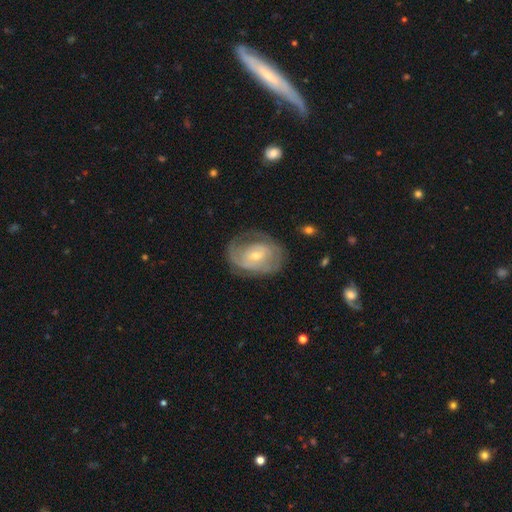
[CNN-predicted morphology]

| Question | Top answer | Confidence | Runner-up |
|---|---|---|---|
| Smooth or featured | featured or disk | 75% | smooth (20%) |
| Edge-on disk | no | 96% | yes (4%) |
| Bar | no | 55% | weak (35%) |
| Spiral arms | yes | 80% | no (20%) |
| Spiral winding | tight | 55% | medium (32%) |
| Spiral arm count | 2 | 37% | can't tell (35%) |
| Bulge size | small | 51% | moderate (45%) |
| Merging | none | 60% | minor disturbance (23%) |